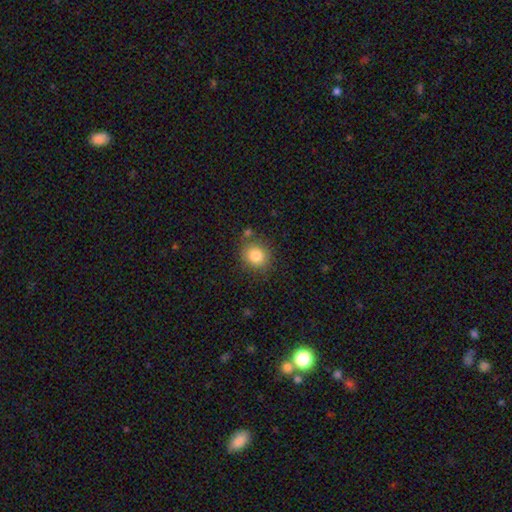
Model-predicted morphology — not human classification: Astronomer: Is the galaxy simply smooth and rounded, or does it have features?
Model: smooth — 83%.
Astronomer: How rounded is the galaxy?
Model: round — 77%.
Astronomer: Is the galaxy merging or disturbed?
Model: none — 80%.